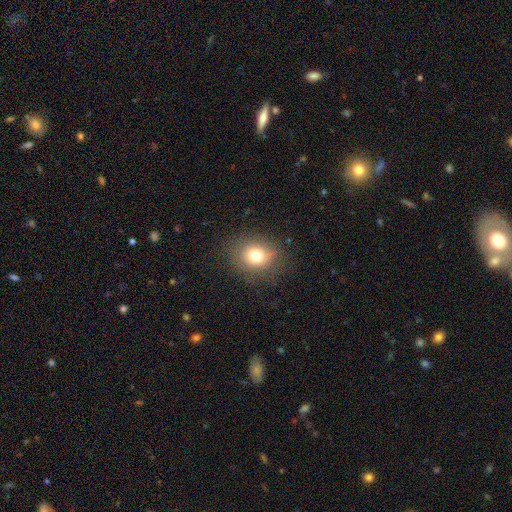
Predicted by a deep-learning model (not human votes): Morphology: type=smooth (76%); roundness=round (66%); merging=none (82%).